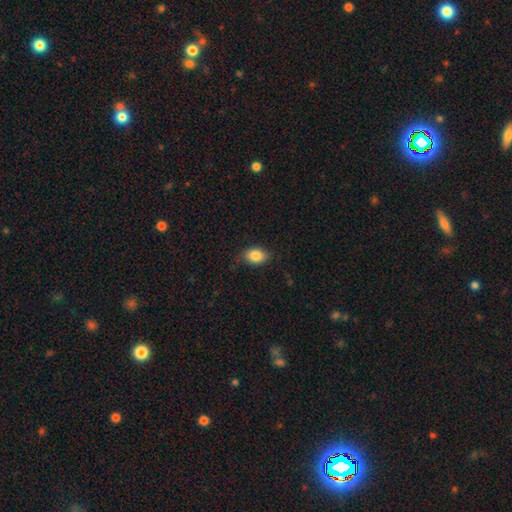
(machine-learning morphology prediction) This appears to be a smooth galaxy with no disk features (86%) that is in between round and cigar-shaped (76%). Merging: none (78%).